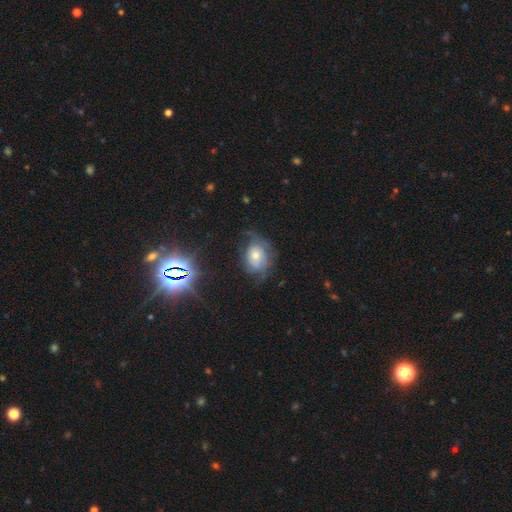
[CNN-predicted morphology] featured or disk 46%, smooth 40%, star or artifact 14%. Down the decision tree: merging — none (46%).